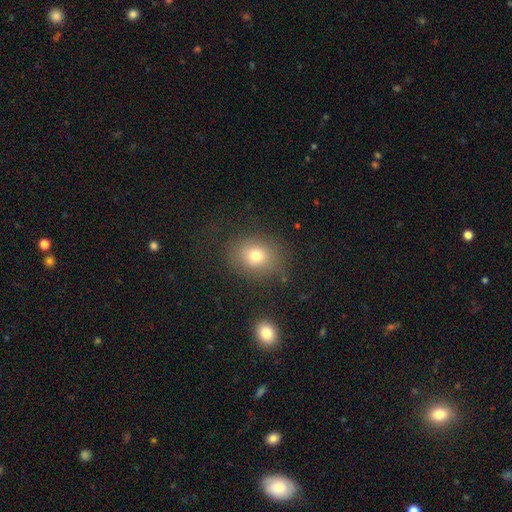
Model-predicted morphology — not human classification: The model was most divided on "how rounded": round: 54%, in between: 45%, cigar-shaped: 1%. More confident: merging — none (79%); smooth or featured — smooth (75%).